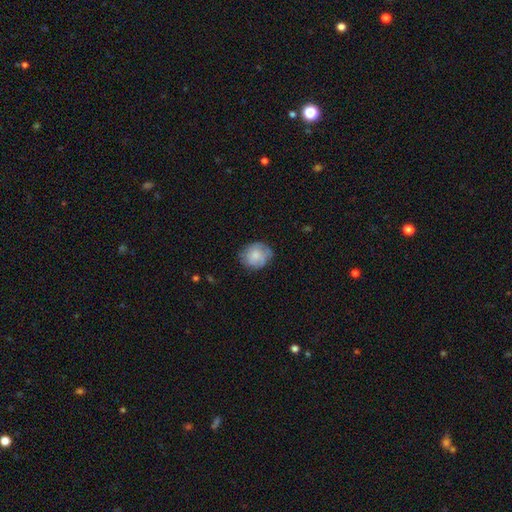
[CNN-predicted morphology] Smooth or featured?
  - smooth: 66% *
  - featured or disk: 27%
  - star or artifact: 7%
How rounded?
  - round: 67% *
  - in between: 32%
  - cigar-shaped: 1%
Merging?
  - none: 69% *
  - minor disturbance: 23%
  - major disturbance: 6%
  - merger: 1%